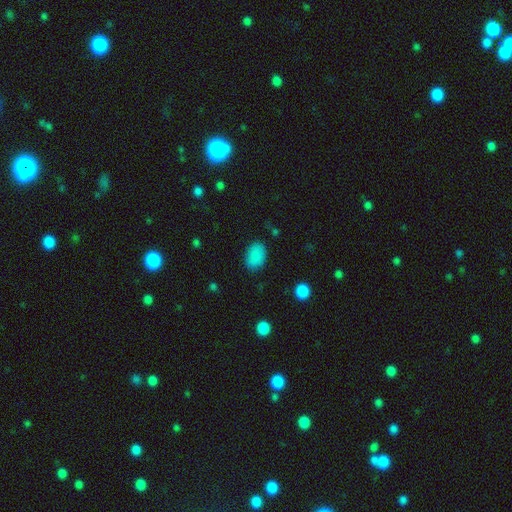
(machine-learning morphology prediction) The model was most divided on "how rounded": in between: 84%, round: 15%, cigar-shaped: 1%. More confident: smooth or featured — smooth (87%); merging — none (84%).